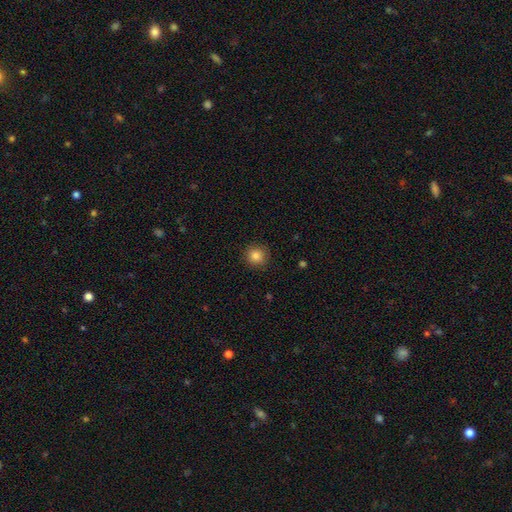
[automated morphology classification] smooth-or-featured: smooth: 84% | star or artifact: 11% | featured or disk: 5%
  how-rounded: round: 93% | in between: 6% | cigar-shaped: 1%
  merging: none: 89% | minor disturbance: 8% | major disturbance: 2% | merger: 1%